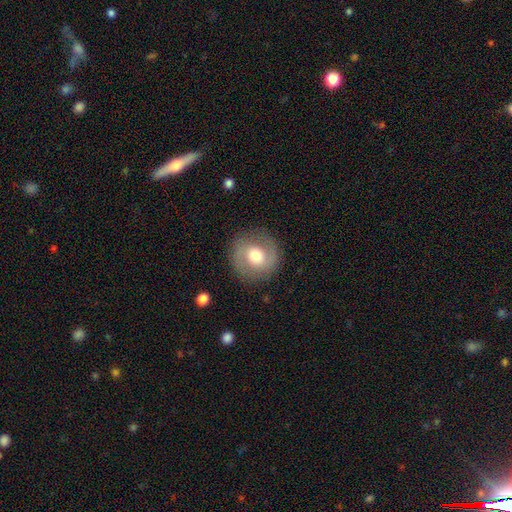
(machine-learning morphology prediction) A featured or disk galaxy (48%).

Vote fractions:
- Smooth or featured? featured or disk: 48% / smooth: 45% / star or artifact: 8%
- Merging? none: 85% / minor disturbance: 9% / major disturbance: 4% / merger: 1%